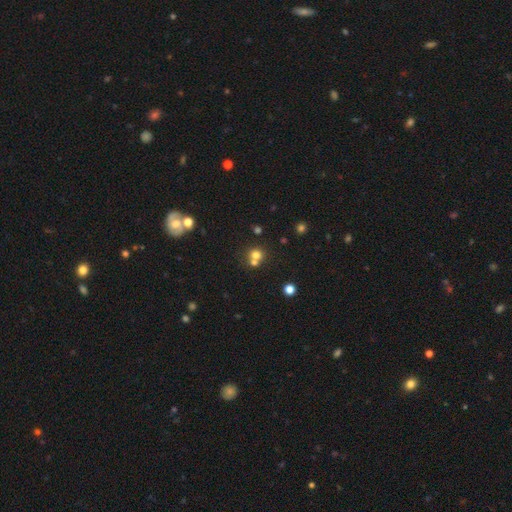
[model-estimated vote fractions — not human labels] This appears to be a smooth galaxy with no disk features (71%) that is round (85%). Merging: merger (46%).